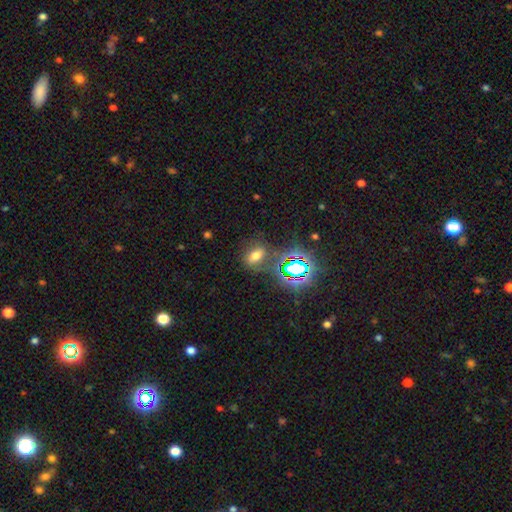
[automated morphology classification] Smooth or featured? smooth (53%)
How rounded? in between (75%)
Merging? none (71%)